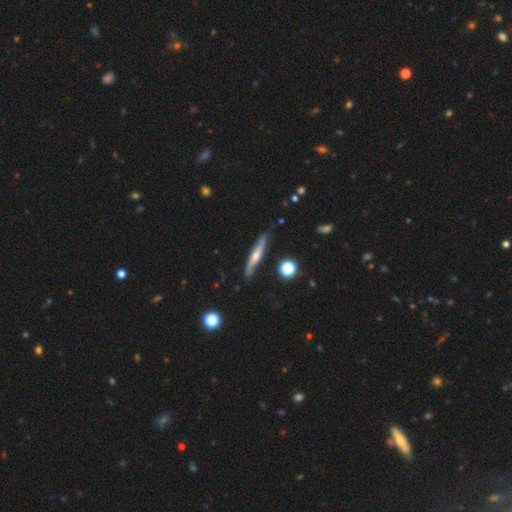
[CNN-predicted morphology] Smooth or featured?
  - featured or disk: 65% *
  - smooth: 29%
  - star or artifact: 7%
Edge-on disk?
  - yes: 87% *
  - no: 13%
Edge-on bulge?
  - rounded: 75% *
  - none: 18%
  - boxy: 7%
Merging?
  - none: 80% *
  - minor disturbance: 15%
  - major disturbance: 3%
  - merger: 2%